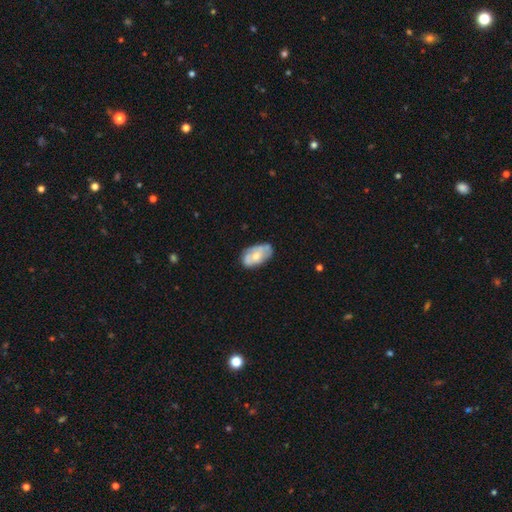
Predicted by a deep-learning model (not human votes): smooth-or-featured: smooth: 48% | featured or disk: 46% | star or artifact: 6%
  merging: none: 59% | minor disturbance: 29% | major disturbance: 8% | merger: 4%